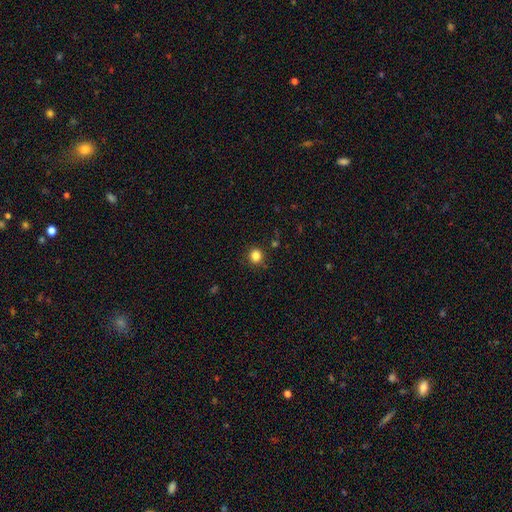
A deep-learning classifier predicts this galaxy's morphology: Q: Smooth or featured?
A: smooth (84%); runner-up: star or artifact (12%)
Q: How rounded?
A: round (84%); runner-up: in between (15%)
Q: Merging?
A: none (88%); runner-up: minor disturbance (8%)